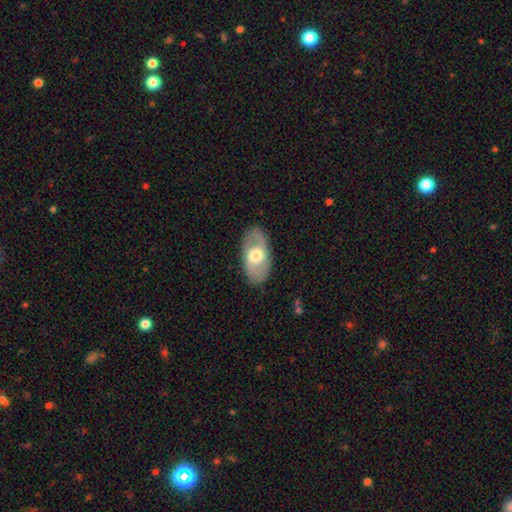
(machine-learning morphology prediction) Smooth or featured? Predicted: featured or disk (p=0.54). Edge-on disk? Predicted: no (p=0.89). Merging? Predicted: none (p=0.85).